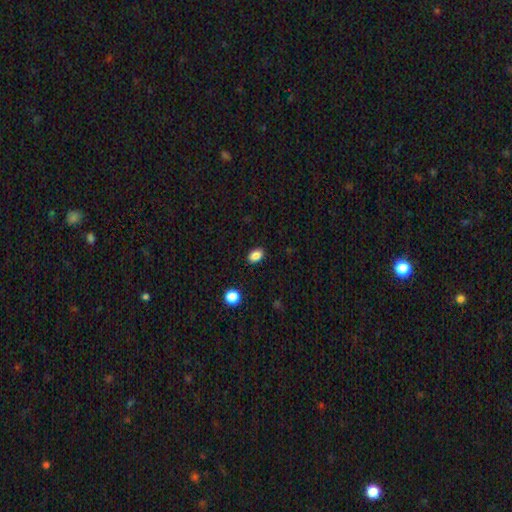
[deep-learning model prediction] Overall: smooth (85%). How rounded: in between (79%). Merging: none (89%).